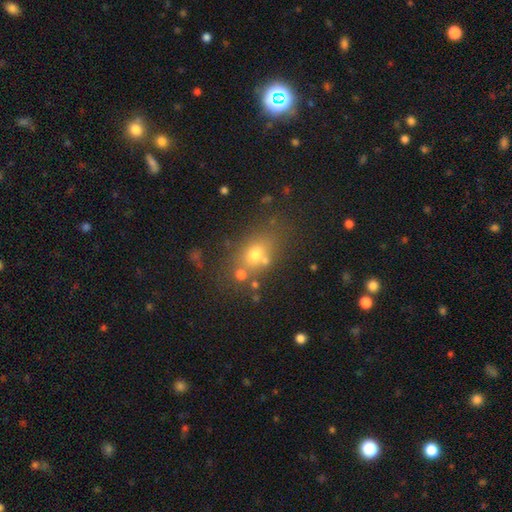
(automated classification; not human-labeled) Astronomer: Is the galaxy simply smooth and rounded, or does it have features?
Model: smooth — 62%.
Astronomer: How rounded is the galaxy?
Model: in between — 61% (runner-up: round, 36%).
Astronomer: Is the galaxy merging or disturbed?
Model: none — 62%.